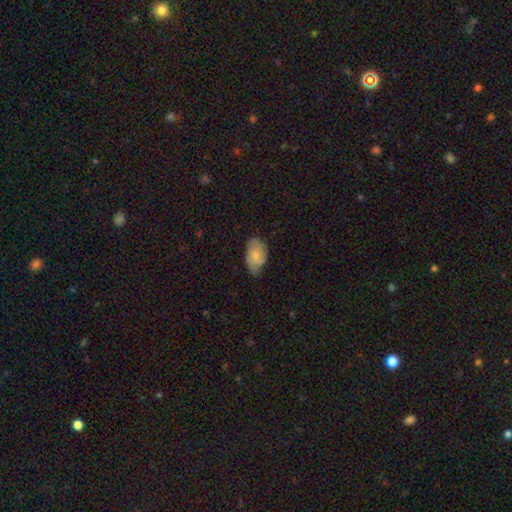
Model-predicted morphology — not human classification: Smooth or featured? Predicted: smooth (p=0.69). How rounded? Predicted: in between (p=0.91). Merging? Predicted: none (p=0.53).